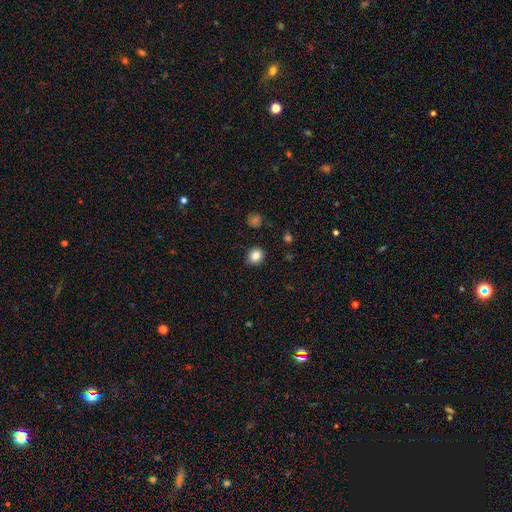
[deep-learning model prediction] Smooth or featured?
  - smooth: 84% *
  - star or artifact: 10%
  - featured or disk: 6%
How rounded?
  - round: 75% *
  - in between: 24%
  - cigar-shaped: 1%
Merging?
  - none: 89% *
  - minor disturbance: 8%
  - major disturbance: 2%
  - merger: 1%